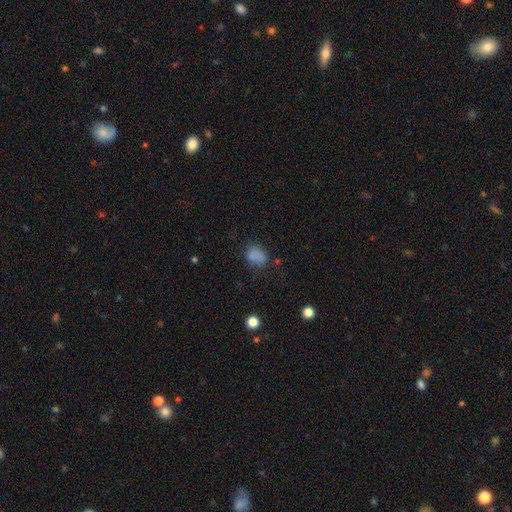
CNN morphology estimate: Smooth or featured: smooth — 78% (star or artifact — 14%)
How rounded: in between — 62% (round — 36%)
Merging: none — 62% (minor disturbance — 23%)